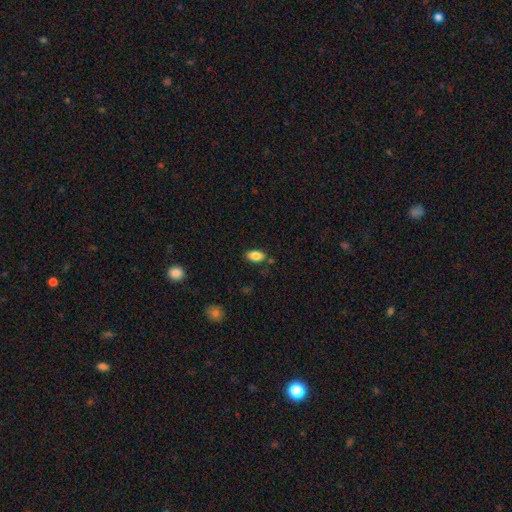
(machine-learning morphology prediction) Overall: smooth (86%). How rounded: in between (92%). Merging: none (81%).